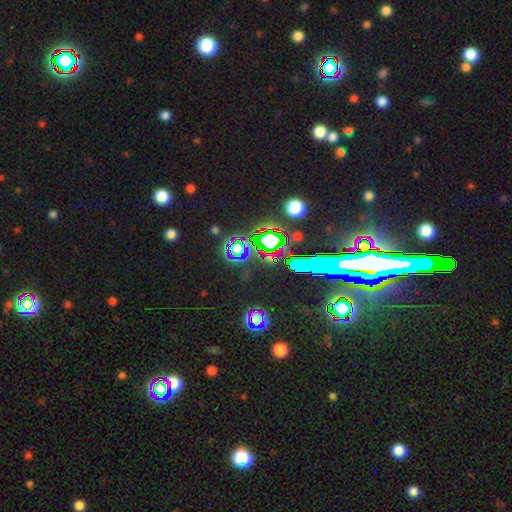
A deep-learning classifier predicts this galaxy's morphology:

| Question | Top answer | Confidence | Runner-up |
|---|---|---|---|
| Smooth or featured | star or artifact | 80% | smooth (10%) |